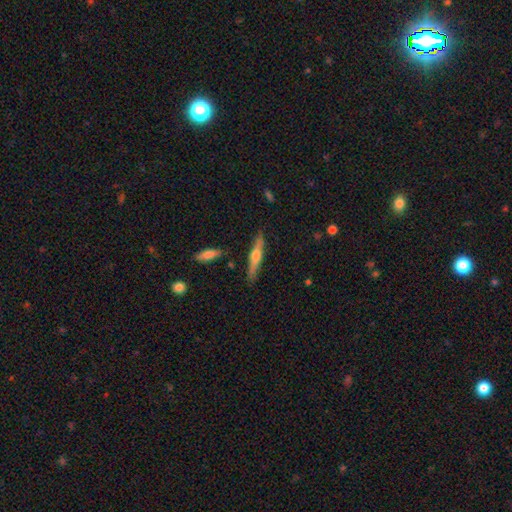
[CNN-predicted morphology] Overall: featured or disk (56%; smooth 39%). Edge-on disk: yes (96%). Edge-on bulge: rounded (88%). Merging: none (85%).